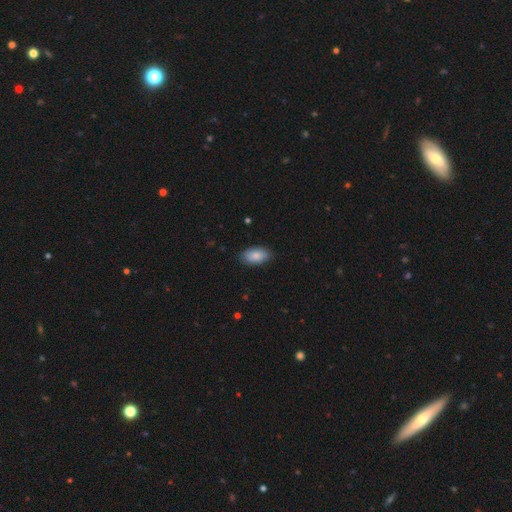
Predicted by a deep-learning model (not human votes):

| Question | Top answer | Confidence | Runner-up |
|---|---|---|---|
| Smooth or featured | smooth | 85% | featured or disk (9%) |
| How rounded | in between | 94% | round (4%) |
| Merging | none | 85% | minor disturbance (12%) |